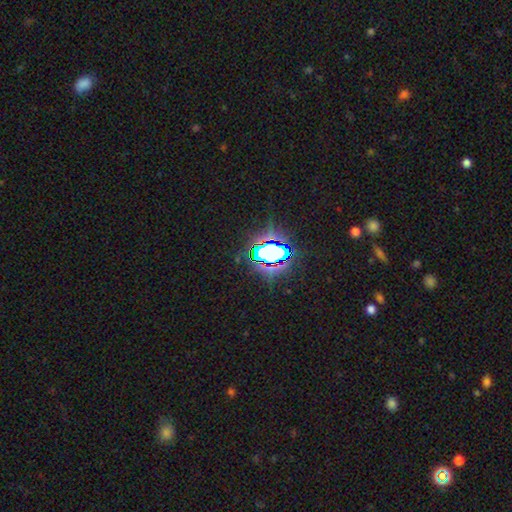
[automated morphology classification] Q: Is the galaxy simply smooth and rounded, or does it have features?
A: star or artifact — 76%.